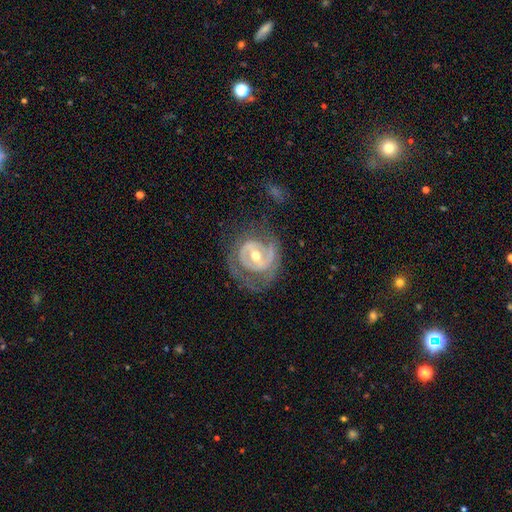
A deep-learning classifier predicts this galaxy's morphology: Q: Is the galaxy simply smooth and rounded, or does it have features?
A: featured or disk — 81%.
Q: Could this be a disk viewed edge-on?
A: no — 96%.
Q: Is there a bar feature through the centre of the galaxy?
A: weak — 39%.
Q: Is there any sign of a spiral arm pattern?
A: yes — 73%.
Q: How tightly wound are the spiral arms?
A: tight — 52%.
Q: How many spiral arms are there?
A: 2 — 54%.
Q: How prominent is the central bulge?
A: moderate — 69%.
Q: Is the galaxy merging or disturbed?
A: none — 59%.